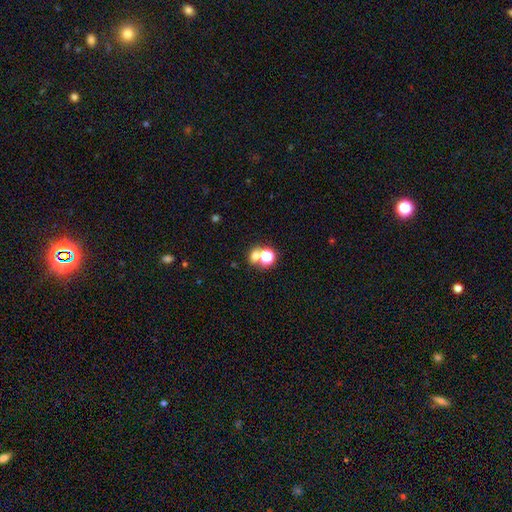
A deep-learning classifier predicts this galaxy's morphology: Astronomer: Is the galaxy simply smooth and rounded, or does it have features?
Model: smooth — 59%.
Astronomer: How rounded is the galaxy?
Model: round — 70%.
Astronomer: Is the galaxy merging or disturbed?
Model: none — 51% (runner-up: merger, 37%).